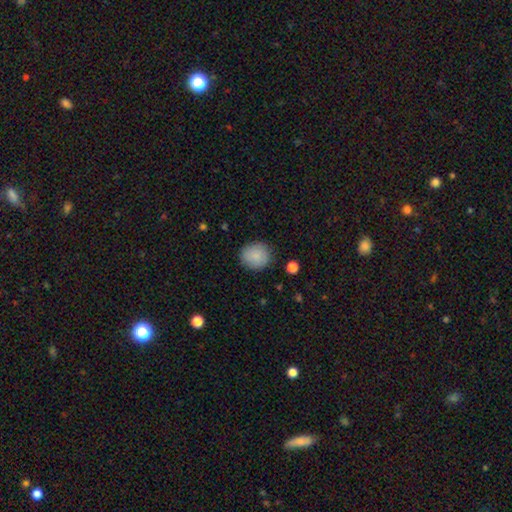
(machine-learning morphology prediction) Smooth or featured: smooth — 87% (star or artifact — 7%)
How rounded: round — 81% (in between — 18%)
Merging: none — 86% (minor disturbance — 10%)